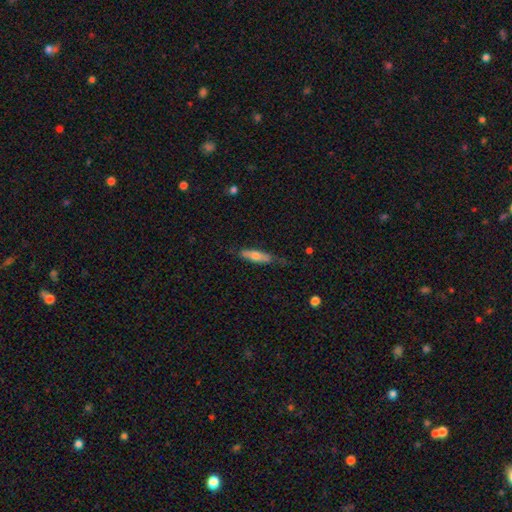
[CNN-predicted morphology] smooth 56%, featured or disk 38%, star or artifact 6%. Down the decision tree: how rounded — cigar-shaped (70%); merging — none (69%).